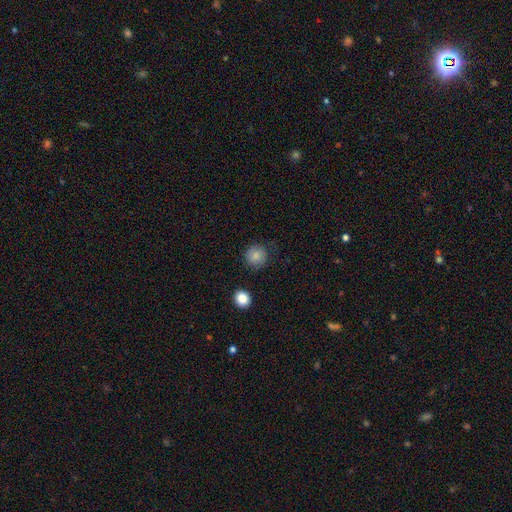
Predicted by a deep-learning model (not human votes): smooth_or_featured: smooth (p=0.83) [alt: star or artifact p=0.10]
how_rounded: round (p=0.91) [alt: in between p=0.08]
merging: none (p=0.81) [alt: minor disturbance p=0.14]